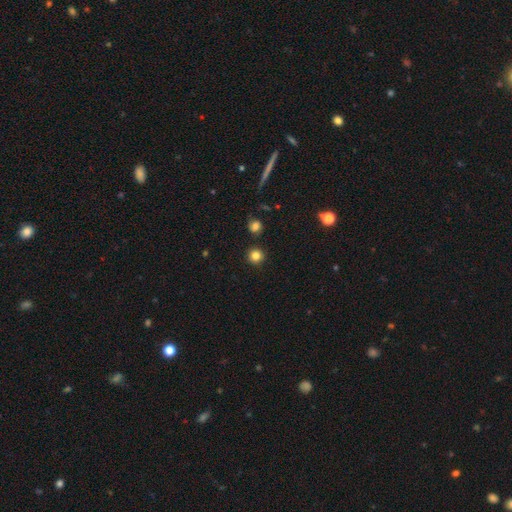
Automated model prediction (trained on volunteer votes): Overall: smooth (82%). How rounded: round (94%). Merging: none (90%).